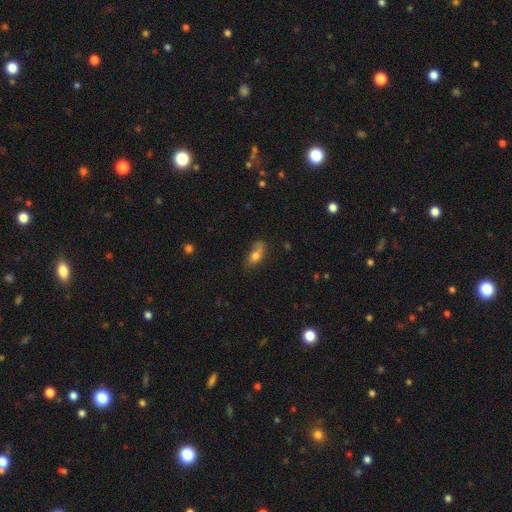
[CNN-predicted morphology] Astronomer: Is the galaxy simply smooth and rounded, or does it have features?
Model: smooth — 71%.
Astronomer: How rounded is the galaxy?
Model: in between — 79%.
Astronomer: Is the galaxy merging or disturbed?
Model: none — 50% (runner-up: minor disturbance, 28%).